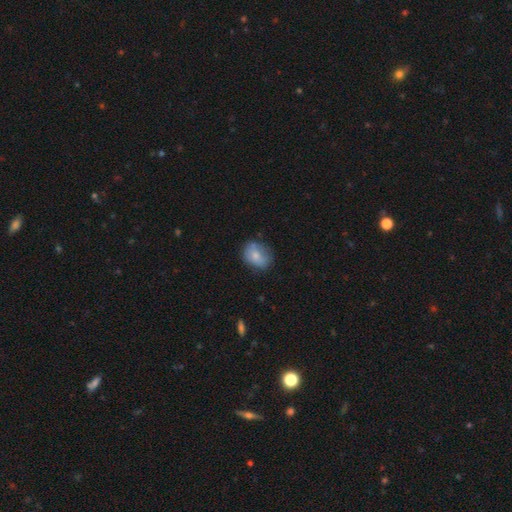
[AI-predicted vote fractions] Morphology: type=smooth (73%); roundness=in between (61%); merging=none (61%).